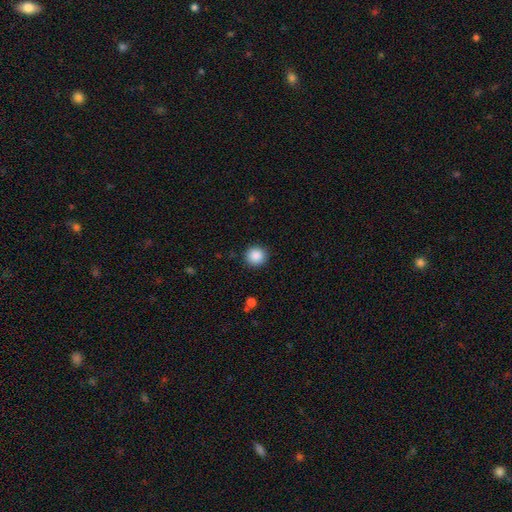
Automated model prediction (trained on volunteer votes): Smooth or featured? smooth (88%)
How rounded? round (93%)
Merging? none (91%)